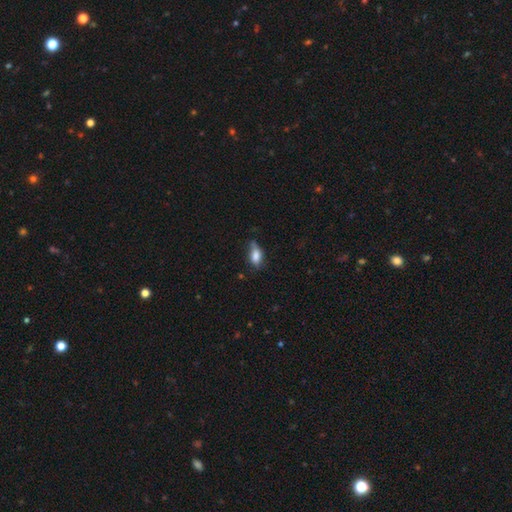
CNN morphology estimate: A smooth galaxy with no disk features (77%) that is in between round and cigar-shaped (85%).

Vote fractions:
- Smooth or featured? smooth: 77% / featured or disk: 14% / star or artifact: 8%
- How rounded? in between: 85% / cigar-shaped: 8% / round: 7%
- Merging? none: 45% / minor disturbance: 39% / major disturbance: 12% / merger: 3%